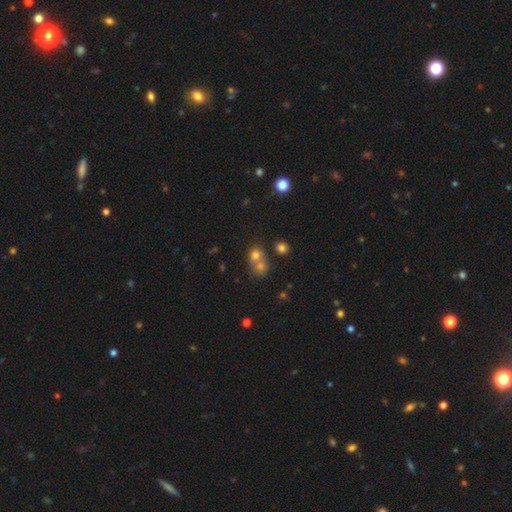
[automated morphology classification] Smooth or featured?
  - smooth: 70% *
  - star or artifact: 16%
  - featured or disk: 14%
How rounded?
  - round: 73% *
  - in between: 26%
  - cigar-shaped: 1%
Merging?
  - merger: 59% *
  - none: 32%
  - minor disturbance: 6%
  - major disturbance: 3%